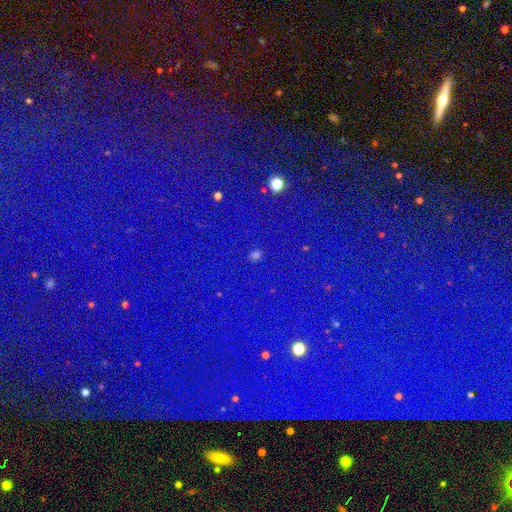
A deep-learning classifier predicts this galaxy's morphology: smooth_or_featured: star or artifact (p=0.85) [alt: smooth p=0.08]